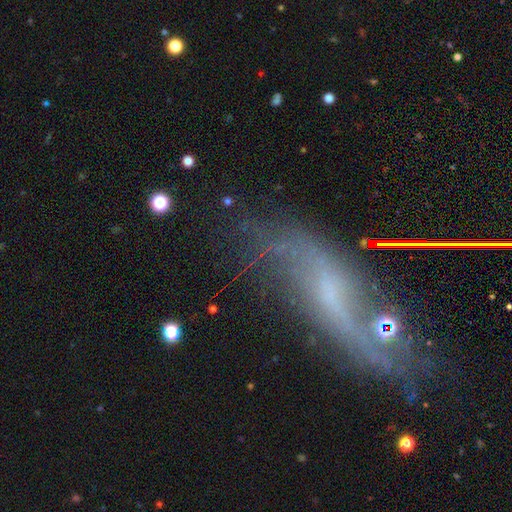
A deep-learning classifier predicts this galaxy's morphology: smooth_or_featured: featured or disk (p=0.64) [alt: smooth p=0.21]
disk_edge_on: no (p=0.76) [alt: yes p=0.24]
merging: none (p=0.53) [alt: minor disturbance p=0.22]